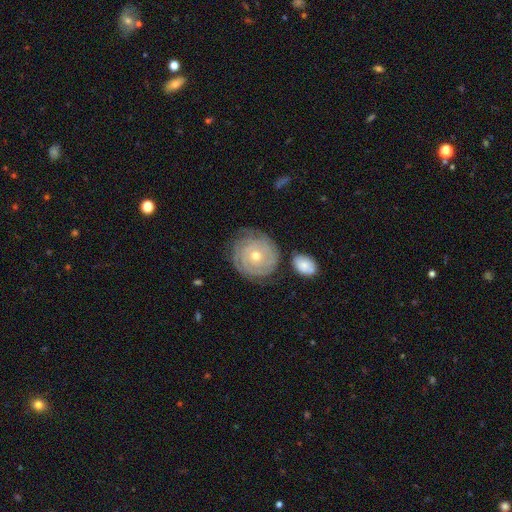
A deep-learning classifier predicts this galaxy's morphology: A featured or disk galaxy (79%) with no bar (82%), tight (87%) spiral arms (94%) and a moderate central bulge (50%). Merging: none (77%).